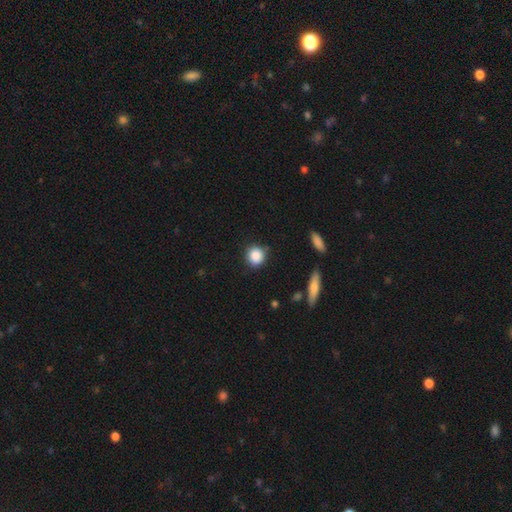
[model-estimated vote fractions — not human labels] A smooth galaxy with no disk features (87%) that is round (87%). Merging: none (83%).